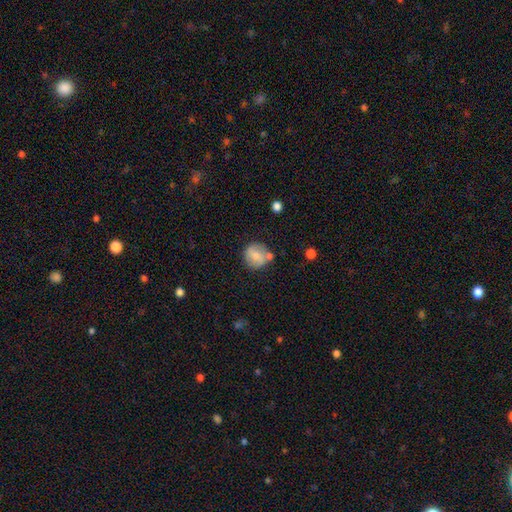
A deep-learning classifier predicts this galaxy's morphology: Smooth or featured?
  - smooth: 70% *
  - featured or disk: 22%
  - star or artifact: 8%
How rounded?
  - round: 84% *
  - in between: 15%
  - cigar-shaped: 1%
Merging?
  - none: 63% *
  - minor disturbance: 18%
  - merger: 13%
  - major disturbance: 6%